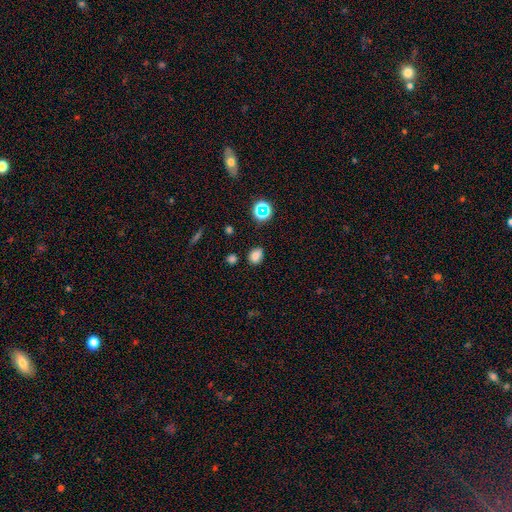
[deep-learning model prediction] A smooth galaxy with no disk features (78%) that is in between round and cigar-shaped (64%).

Vote fractions:
- Smooth or featured? smooth: 78% / star or artifact: 16% / featured or disk: 6%
- How rounded? in between: 64% / round: 35% / cigar-shaped: 1%
- Merging? none: 77% / minor disturbance: 16% / merger: 4% / major disturbance: 4%